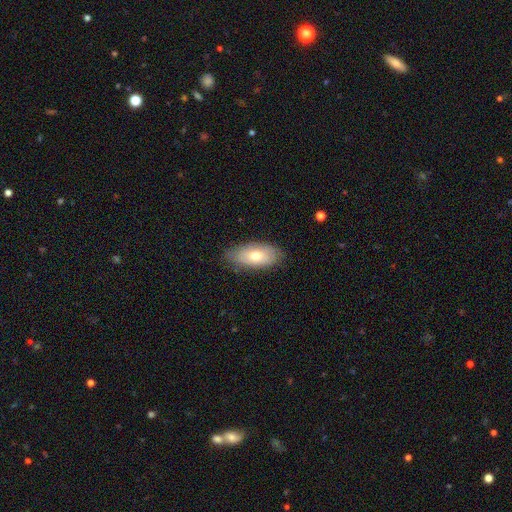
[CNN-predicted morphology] A smooth galaxy with no disk features (65%) that is in between round and cigar-shaped (90%).

Vote fractions:
- Smooth or featured? smooth: 65% / featured or disk: 28% / star or artifact: 7%
- How rounded? in between: 90% / cigar-shaped: 6% / round: 4%
- Merging? none: 78% / minor disturbance: 18% / major disturbance: 4% / merger: 1%